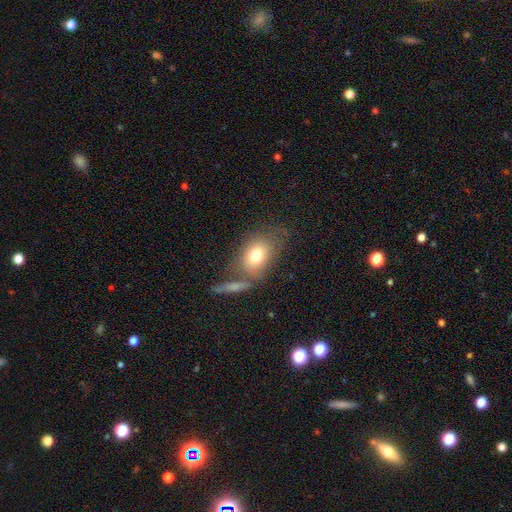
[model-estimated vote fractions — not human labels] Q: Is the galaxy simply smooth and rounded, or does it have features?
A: smooth — 74%.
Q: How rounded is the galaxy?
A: in between — 74%.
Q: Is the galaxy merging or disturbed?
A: none — 52%.